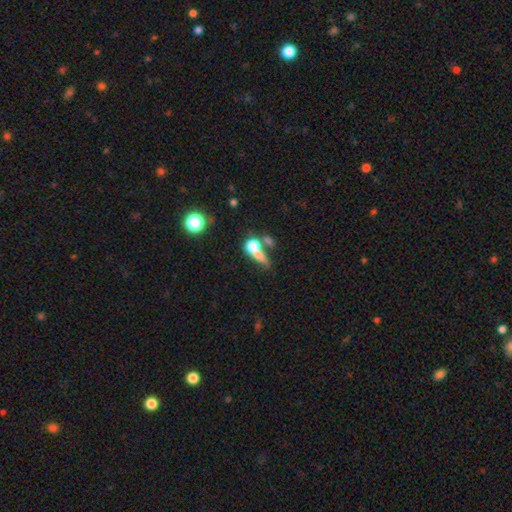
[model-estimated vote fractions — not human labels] A smooth galaxy with no disk features (62%) that is round (43%).

Vote fractions:
- Smooth or featured? smooth: 62% / featured or disk: 23% / star or artifact: 14%
- How rounded? round: 43% / in between: 35% / cigar-shaped: 22%
- Merging? merger: 39% / none: 28% / major disturbance: 21% / minor disturbance: 12%